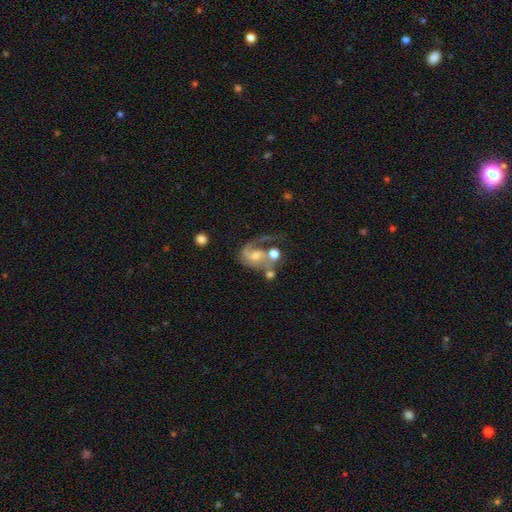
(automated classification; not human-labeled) The model was most divided on "spiral winding": loose: 43%, medium: 40%, tight: 17%. Remaining: edge-on disk — no (97%); spiral arms — yes (87%); smooth or featured — featured or disk (74%); spiral arm count — 1 (61%); bar — no (56%); bulge size — moderate (50%); merging — major disturbance (32%).